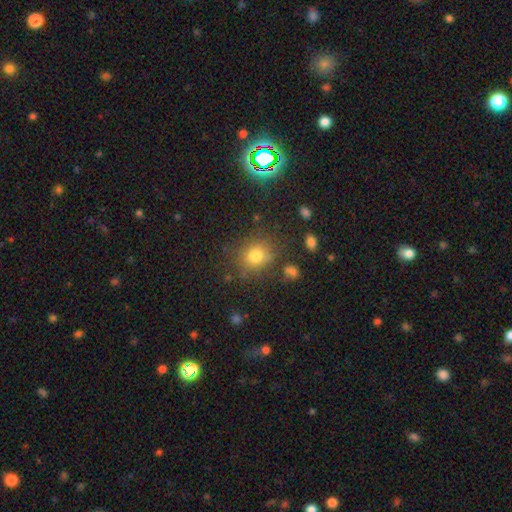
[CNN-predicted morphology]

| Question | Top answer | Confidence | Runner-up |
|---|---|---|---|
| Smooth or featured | smooth | 76% | star or artifact (15%) |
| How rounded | round | 79% | in between (20%) |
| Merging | none | 78% | minor disturbance (13%) |